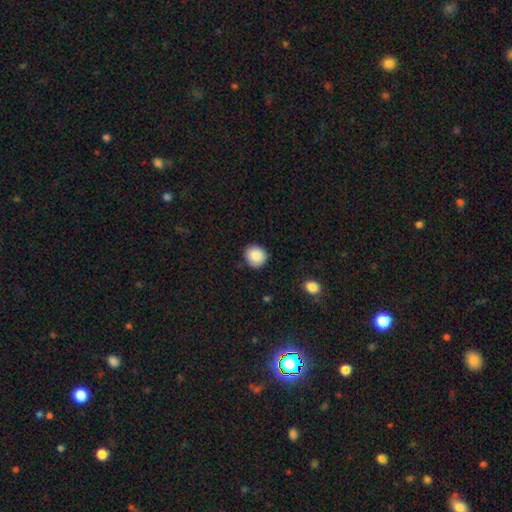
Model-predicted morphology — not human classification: A smooth galaxy with no disk features (88%) that is round (87%). Merging: none (88%).